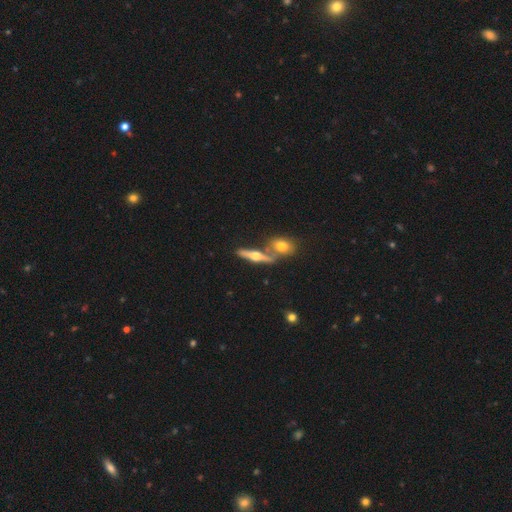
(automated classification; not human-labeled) Smooth or featured? Predicted: featured or disk (p=0.66). Edge-on disk? Predicted: yes (p=0.93). Edge-on bulge? Predicted: rounded (p=0.95). Merging? Predicted: none (p=0.58).